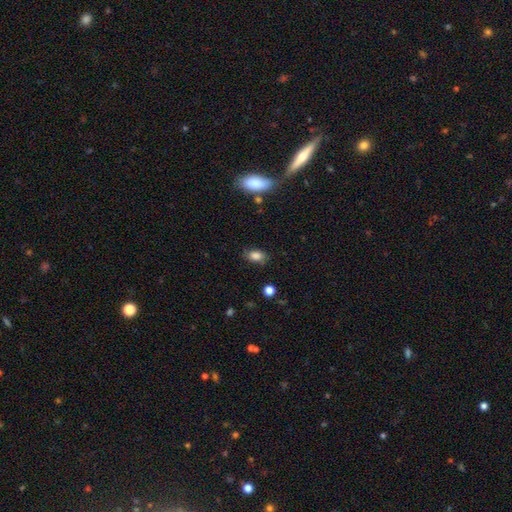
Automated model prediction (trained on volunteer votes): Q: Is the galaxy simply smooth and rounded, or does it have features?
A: smooth — 83%.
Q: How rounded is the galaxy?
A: in between — 86%.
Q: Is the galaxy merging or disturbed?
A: none — 77%.